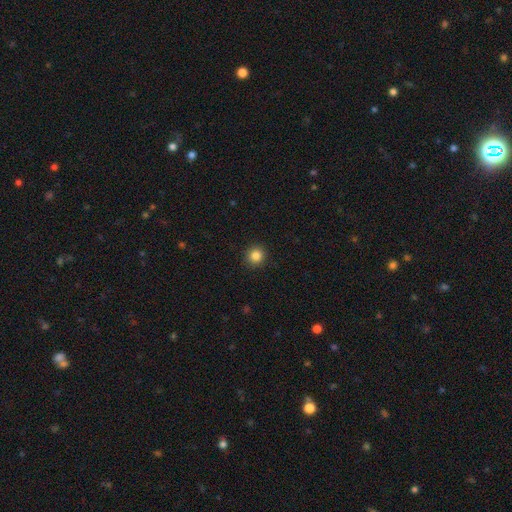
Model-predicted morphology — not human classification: smooth 85%, star or artifact 11%, featured or disk 4%. Down the decision tree: how rounded — round (94%); merging — none (92%).